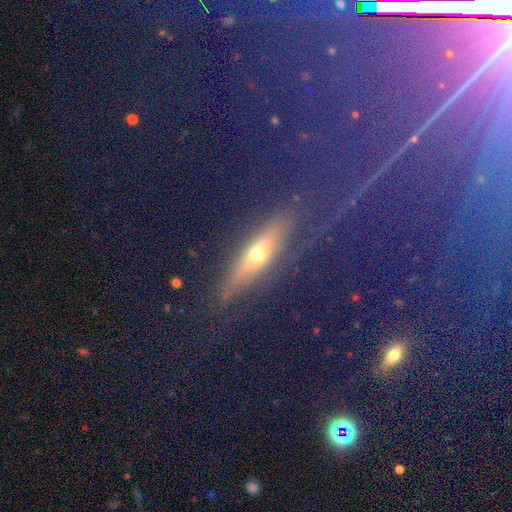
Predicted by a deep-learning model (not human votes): The model was most divided on "smooth or featured": star or artifact: 40%, smooth: 30%, featured or disk: 29%.